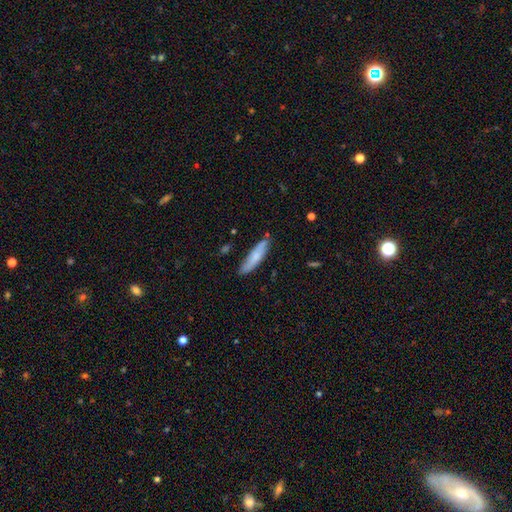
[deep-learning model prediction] smooth_or_featured: smooth (p=0.71) [alt: featured or disk p=0.24]
how_rounded: cigar-shaped (p=0.78) [alt: in between p=0.20]
merging: none (p=0.78) [alt: minor disturbance p=0.17]